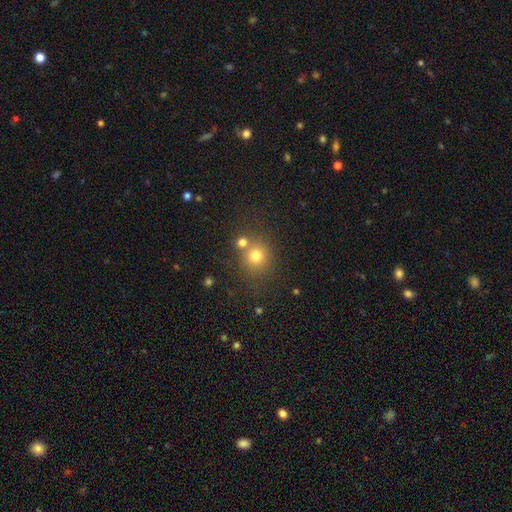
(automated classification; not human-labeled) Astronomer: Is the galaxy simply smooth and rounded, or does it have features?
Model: smooth — 76%.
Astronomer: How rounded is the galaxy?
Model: round — 88%.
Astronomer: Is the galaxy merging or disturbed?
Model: none — 64%.